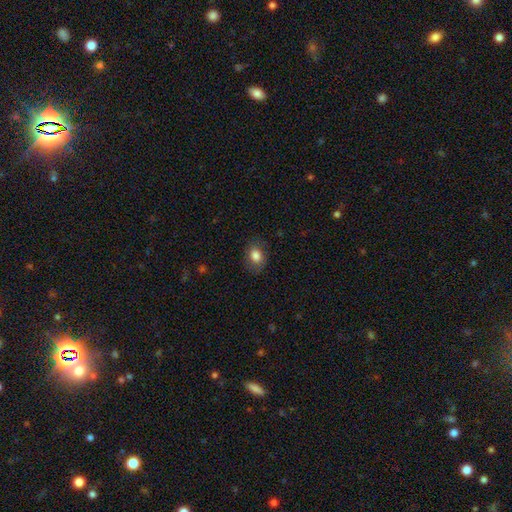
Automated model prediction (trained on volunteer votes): smooth 82%, featured or disk 9%, star or artifact 9%. Down the decision tree: how rounded — in between (65%); merging — none (80%).